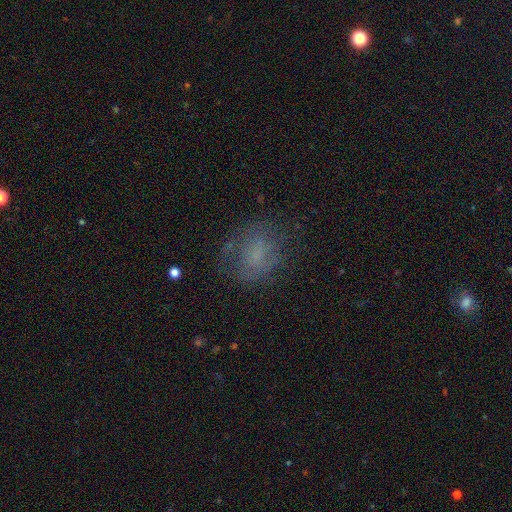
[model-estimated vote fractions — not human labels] A smooth galaxy with no disk features (53%) that is round (51%). Merging: none (65%).